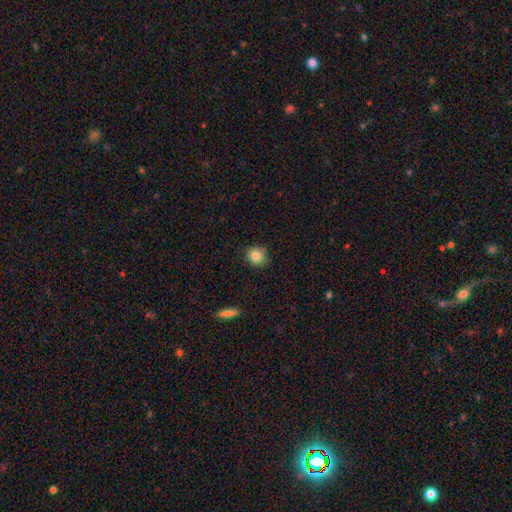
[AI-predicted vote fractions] The model was most divided on "smooth or featured": smooth: 83%, star or artifact: 10%, featured or disk: 7%. More confident: how rounded — round (89%); merging — none (88%).